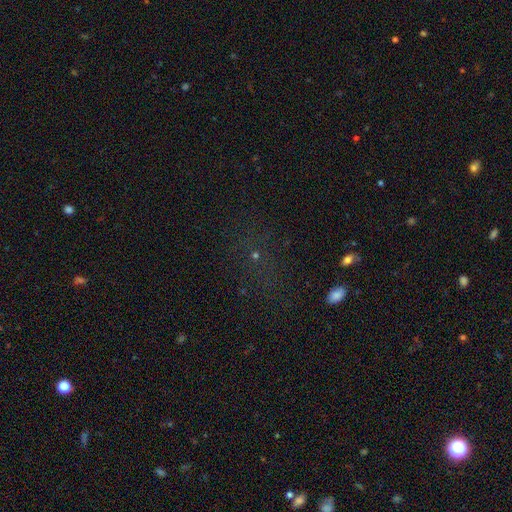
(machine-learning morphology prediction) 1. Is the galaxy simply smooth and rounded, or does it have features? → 53% star or artifact, 34% smooth, 14% featured or disk.